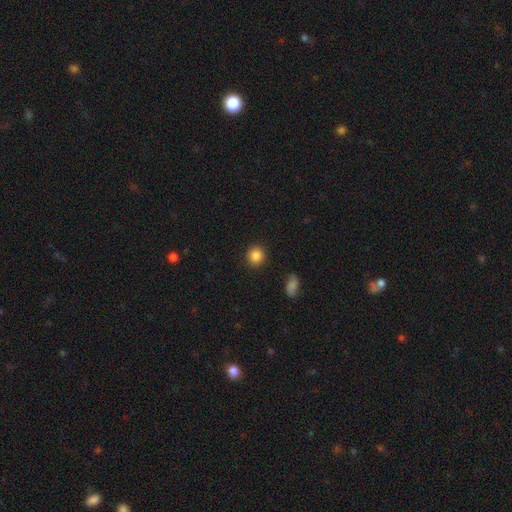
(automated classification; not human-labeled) Q: Smooth or featured?
A: smooth (86%); runner-up: star or artifact (10%)
Q: How rounded?
A: round (90%); runner-up: in between (9%)
Q: Merging?
A: none (90%); runner-up: minor disturbance (6%)